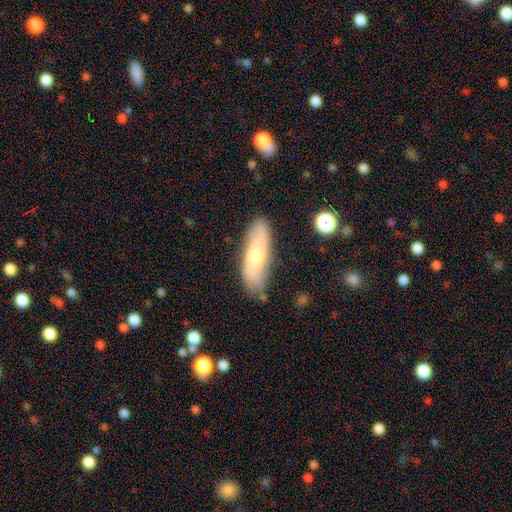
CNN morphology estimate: A smooth galaxy with no disk features (63%) that is cigar-shaped (50%). Merging: none (78%).